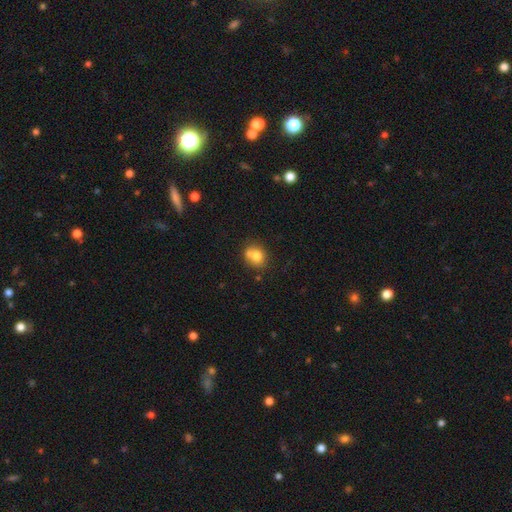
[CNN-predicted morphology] Smooth or featured? smooth (76%)
How rounded? round (70%)
Merging? none (55%)